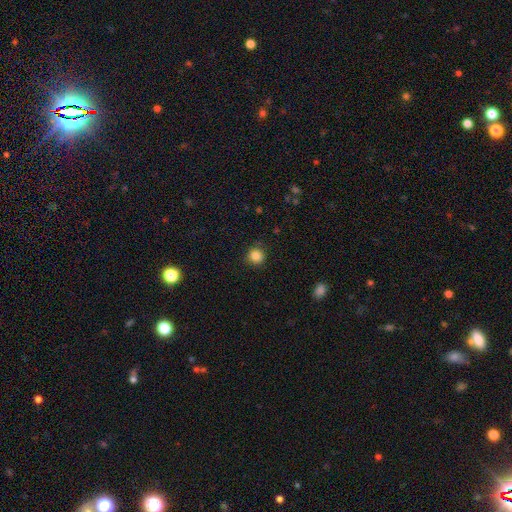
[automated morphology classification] Q: Smooth or featured?
A: smooth (85%); runner-up: star or artifact (11%)
Q: How rounded?
A: round (93%); runner-up: in between (6%)
Q: Merging?
A: none (89%); runner-up: minor disturbance (8%)